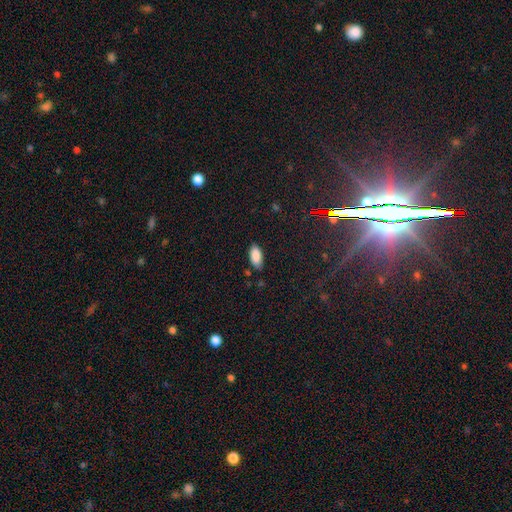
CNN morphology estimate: smooth-or-featured: smooth: 88% | star or artifact: 8% | featured or disk: 5%
  how-rounded: in between: 91% | cigar-shaped: 7% | round: 2%
  merging: none: 81% | minor disturbance: 15% | major disturbance: 3% | merger: 2%